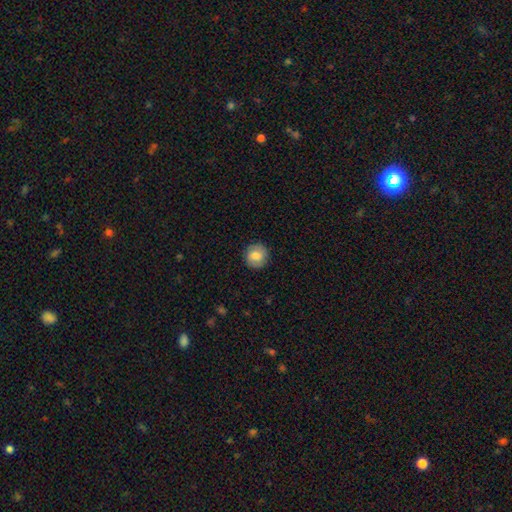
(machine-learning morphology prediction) Q: Smooth or featured?
A: smooth (77%); runner-up: featured or disk (16%)
Q: How rounded?
A: round (91%); runner-up: in between (8%)
Q: Merging?
A: none (89%); runner-up: minor disturbance (8%)